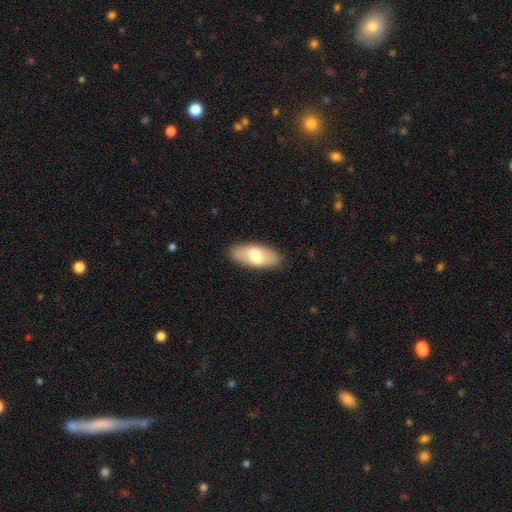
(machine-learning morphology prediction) This appears to be a smooth galaxy with no disk features (64%) that is in between round and cigar-shaped (88%). Merging: none (87%).